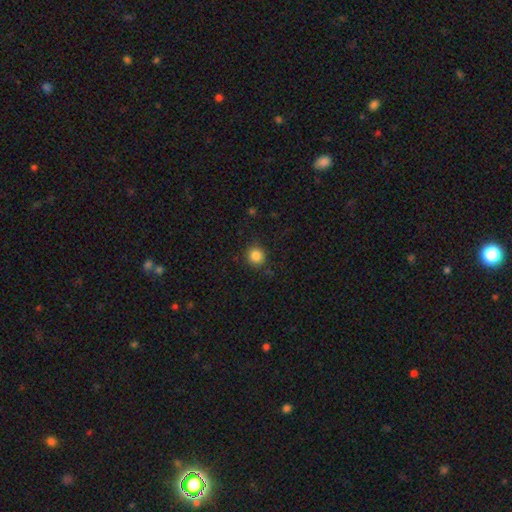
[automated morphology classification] type=smooth (85%); roundness=round (93%); merging=none (88%).